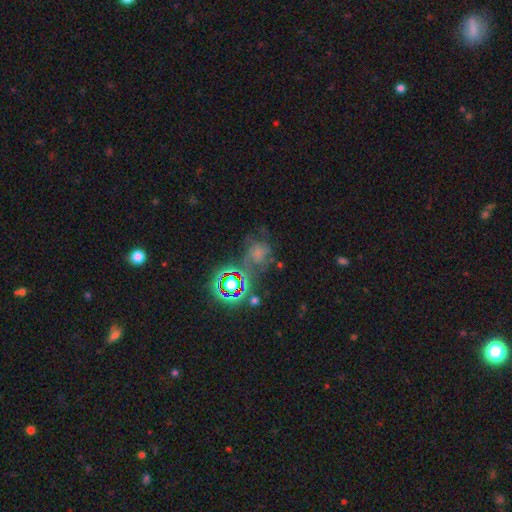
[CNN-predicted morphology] Smooth or featured? Predicted: star or artifact (p=0.44).